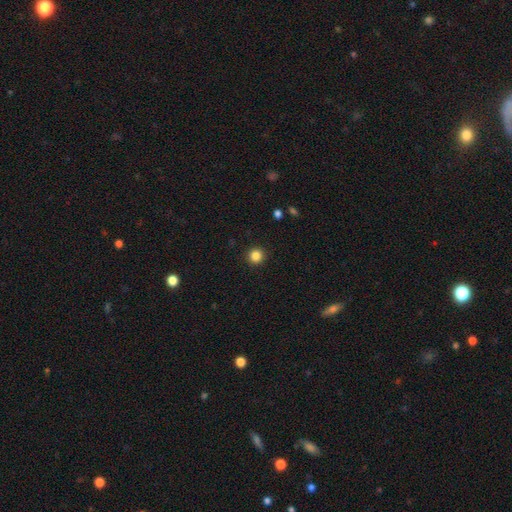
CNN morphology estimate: A smooth galaxy with no disk features (84%) that is round (95%). Merging: none (92%).